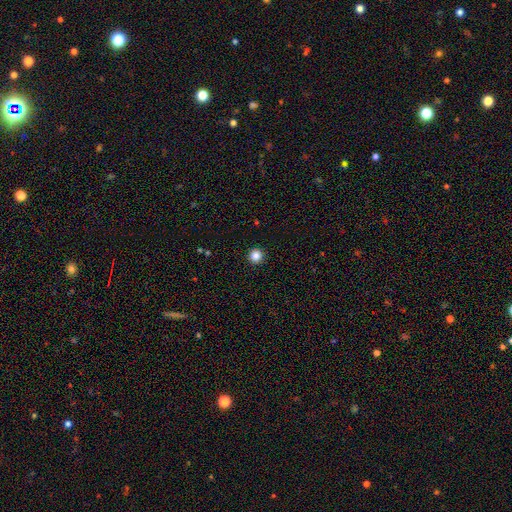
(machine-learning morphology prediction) A smooth galaxy with no disk features (85%) that is round (96%).

Vote fractions:
- Smooth or featured? smooth: 85% / star or artifact: 12% / featured or disk: 4%
- How rounded? round: 96% / in between: 3% / cigar-shaped: 1%
- Merging? none: 94% / minor disturbance: 4% / major disturbance: 1% / merger: 1%